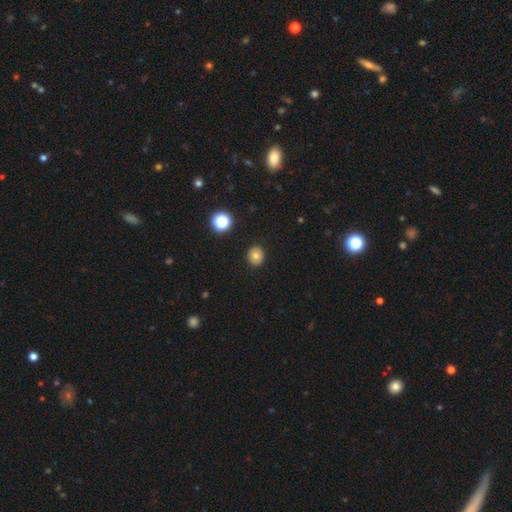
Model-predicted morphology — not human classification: Smooth or featured? Predicted: smooth (p=0.74). How rounded? Predicted: round (p=0.82). Merging? Predicted: none (p=0.90).